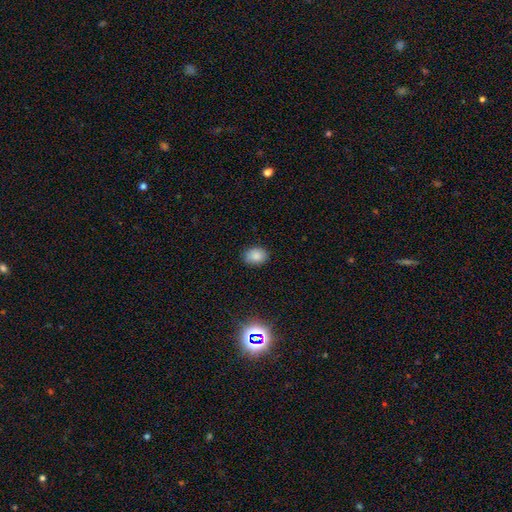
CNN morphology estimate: A smooth galaxy with no disk features (85%) that is in between round and cigar-shaped (63%).

Vote fractions:
- Smooth or featured? smooth: 85% / star or artifact: 10% / featured or disk: 5%
- How rounded? in between: 63% / round: 36% / cigar-shaped: 1%
- Merging? none: 84% / minor disturbance: 12% / major disturbance: 2% / merger: 1%